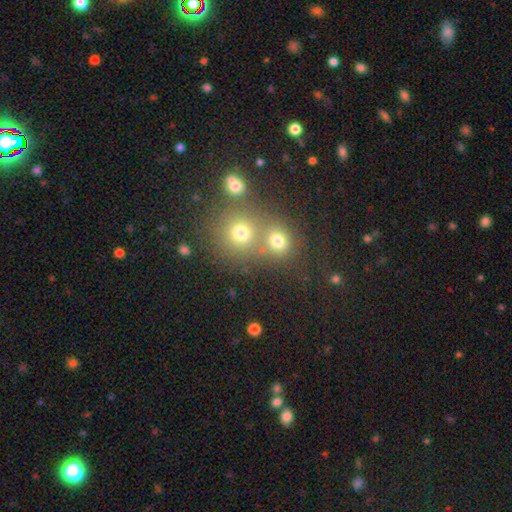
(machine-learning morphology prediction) A smooth galaxy with no disk features (58%) that is round (87%). Merging: none (52%).